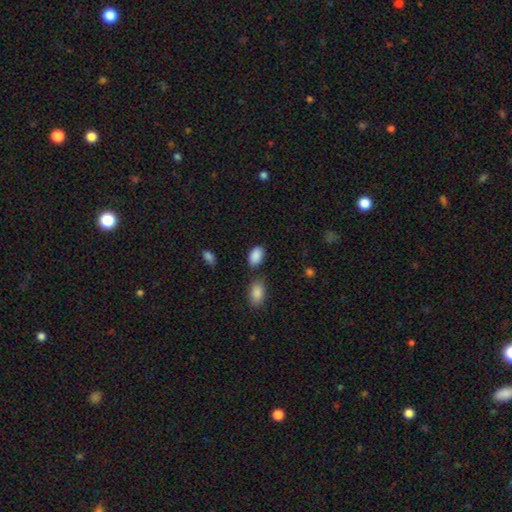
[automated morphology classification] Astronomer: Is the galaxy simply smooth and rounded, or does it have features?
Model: smooth — 89%.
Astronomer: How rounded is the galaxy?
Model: in between — 93%.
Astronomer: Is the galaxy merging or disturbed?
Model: none — 72%.